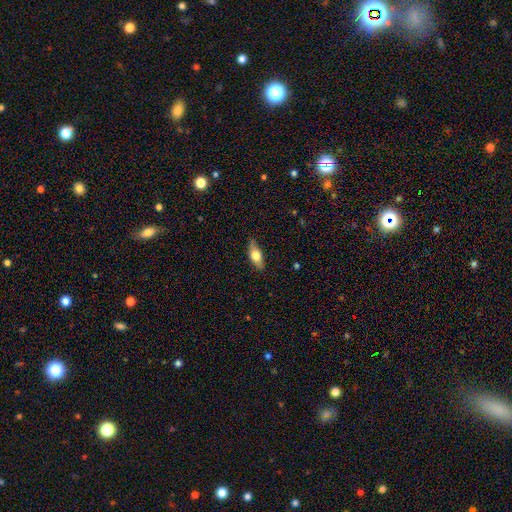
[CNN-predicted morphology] This appears to be a smooth galaxy with no disk features (67%) that is in between round and cigar-shaped (78%). Merging: none (81%).